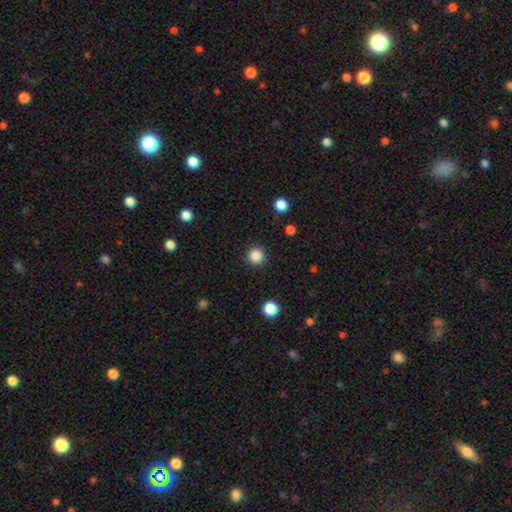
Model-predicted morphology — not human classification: Smooth or featured? Predicted: smooth (p=0.86). How rounded? Predicted: round (p=0.95). Merging? Predicted: none (p=0.91).